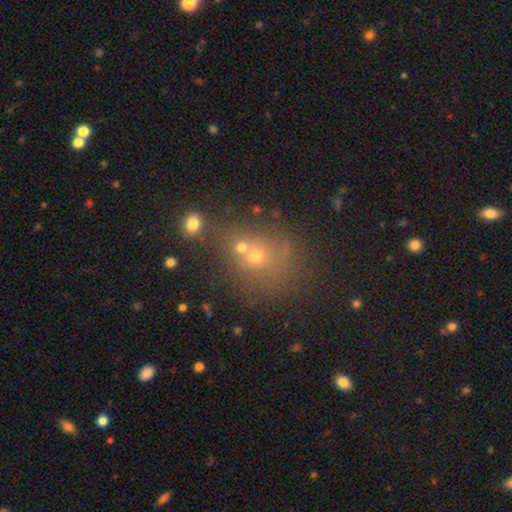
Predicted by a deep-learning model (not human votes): Smooth or featured? smooth (57%)
How rounded? round (67%)
Merging? merger (43%)